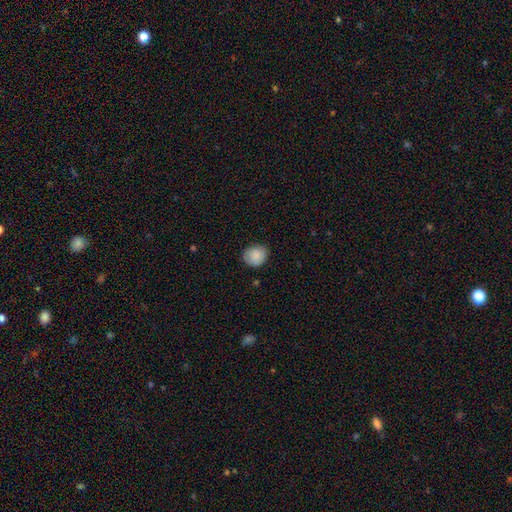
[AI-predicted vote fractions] Smooth or featured? smooth (87%)
How rounded? round (69%)
Merging? none (80%)